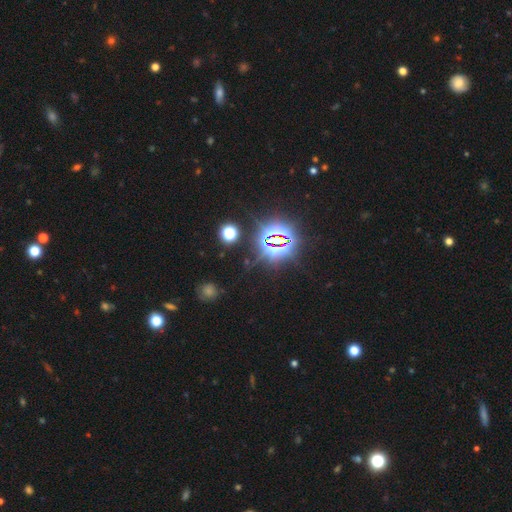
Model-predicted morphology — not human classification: smooth_or_featured: star or artifact (p=0.82) [alt: smooth p=0.12]